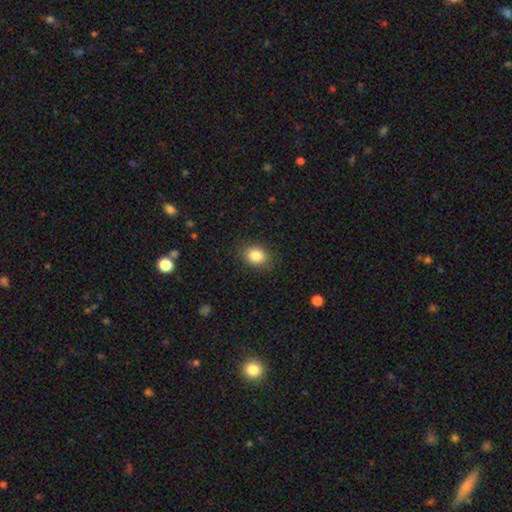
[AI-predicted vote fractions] Overall: smooth (85%). How rounded: in between (65%; round 34%). Merging: none (85%).